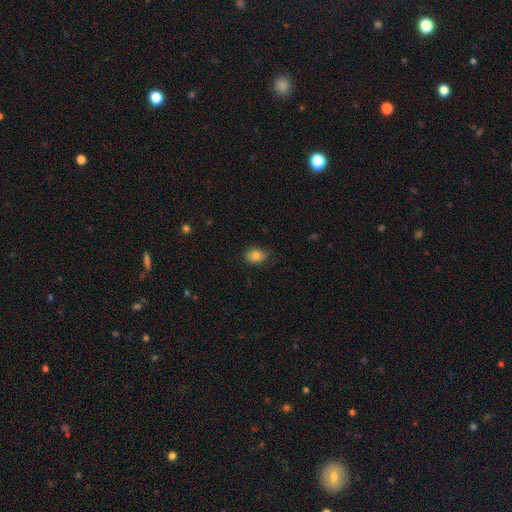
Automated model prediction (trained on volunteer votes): This appears to be a smooth galaxy with no disk features (83%) that is in between round and cigar-shaped (68%). Merging: none (71%).